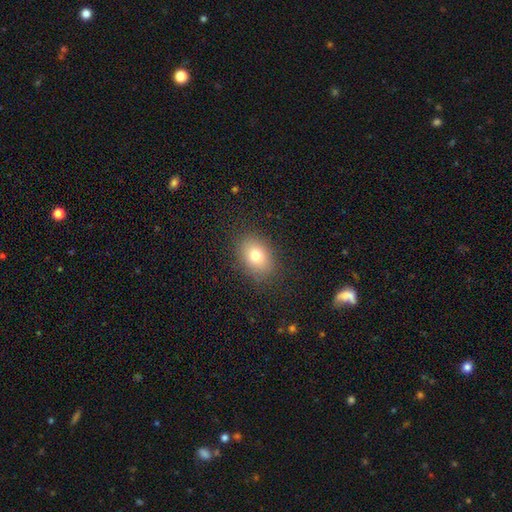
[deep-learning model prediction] smooth_or_featured: smooth (p=0.77) [alt: featured or disk p=0.12]
how_rounded: in between (p=0.67) [alt: round p=0.32]
merging: none (p=0.86) [alt: minor disturbance p=0.10]